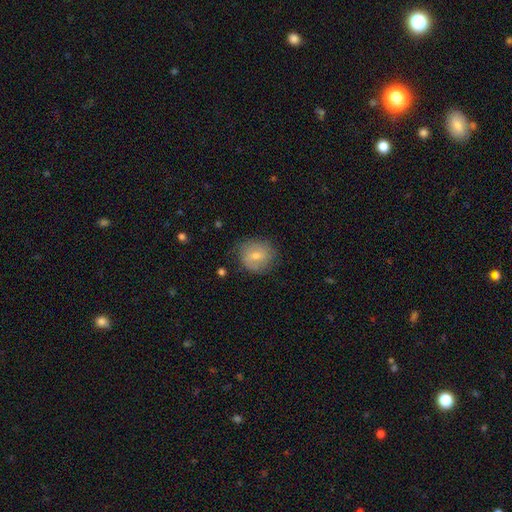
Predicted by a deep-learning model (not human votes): Smooth or featured? Predicted: smooth (p=0.67). How rounded? Predicted: round (p=0.82). Merging? Predicted: none (p=0.75).